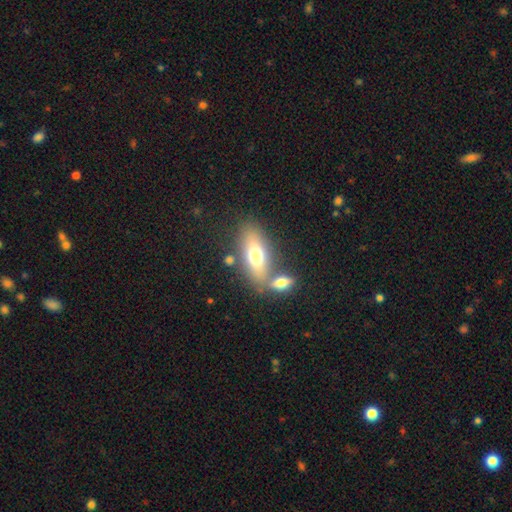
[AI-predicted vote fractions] smooth 65%, featured or disk 27%, star or artifact 8%. Down the decision tree: how rounded — in between (77%); merging — none (57%).